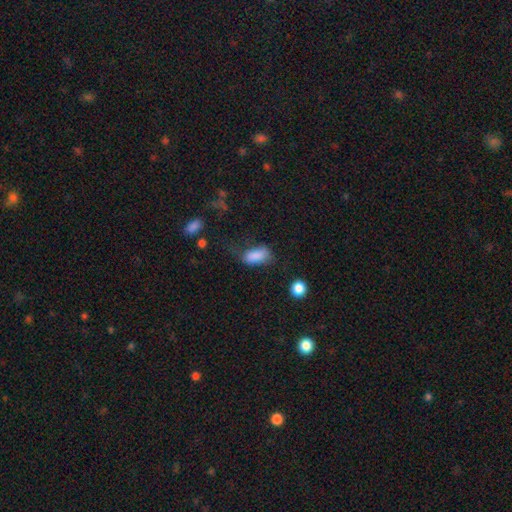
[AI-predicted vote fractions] smooth_or_featured: smooth (p=0.85) [alt: star or artifact p=0.09]
how_rounded: in between (p=0.90) [alt: cigar-shaped p=0.05]
merging: none (p=0.45) [alt: minor disturbance p=0.29]